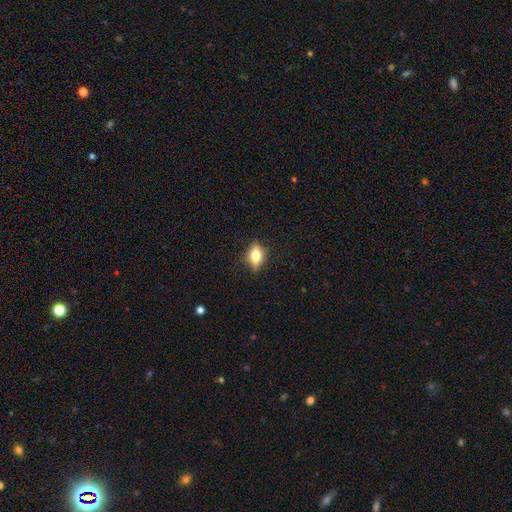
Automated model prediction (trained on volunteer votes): Smooth or featured? Predicted: smooth (p=0.61). How rounded? Predicted: in between (p=0.75). Merging? Predicted: none (p=0.83).